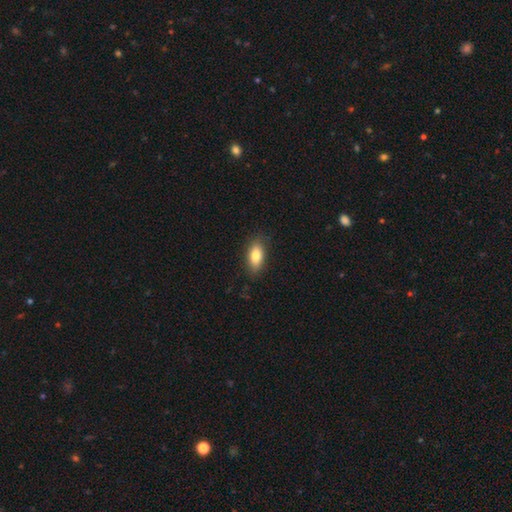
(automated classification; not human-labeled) This is likely a smooth galaxy (79%). How rounded: clearly in between (85%). Merging: clearly none (85%).